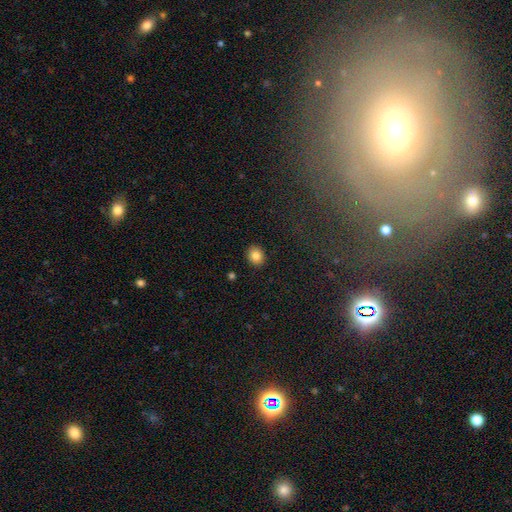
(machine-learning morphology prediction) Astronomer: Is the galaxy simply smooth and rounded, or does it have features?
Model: smooth — 83%.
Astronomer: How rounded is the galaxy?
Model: round — 61% (runner-up: in between, 39%).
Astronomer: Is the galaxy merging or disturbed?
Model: none — 91%.